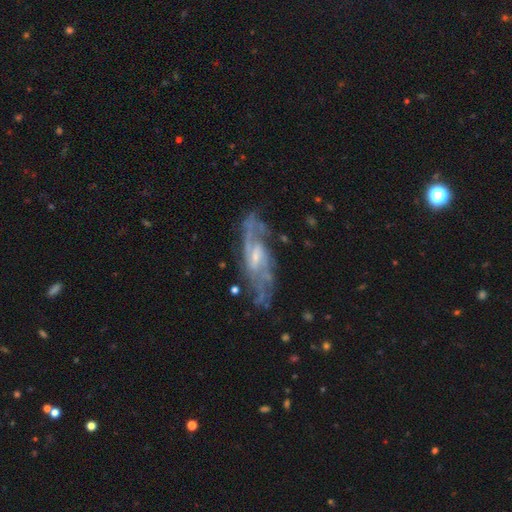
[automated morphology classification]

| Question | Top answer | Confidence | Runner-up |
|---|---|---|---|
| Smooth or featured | featured or disk | 83% | smooth (10%) |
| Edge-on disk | no | 83% | yes (17%) |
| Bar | weak | 52% | no (34%) |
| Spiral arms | yes | 91% | no (9%) |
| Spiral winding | medium | 45% | tight (33%) |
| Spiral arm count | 2 | 40% | can't tell (35%) |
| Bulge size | small | 54% | moderate (34%) |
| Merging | none | 72% | minor disturbance (18%) |